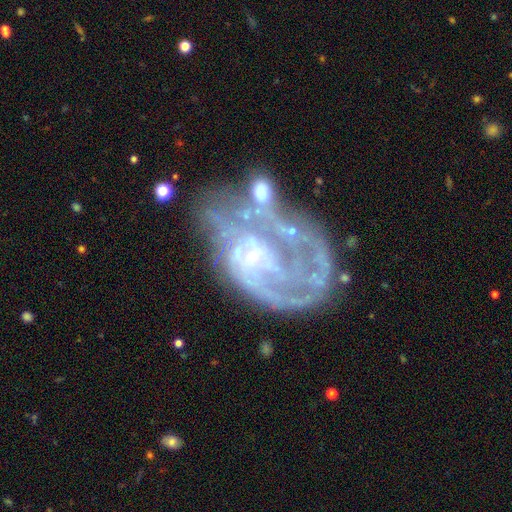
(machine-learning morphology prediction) A featured or disk galaxy (78%) with no bar (67%), tight (43%) spiral arms (67%) and a small central bulge (45%). Merging: major disturbance (36%).